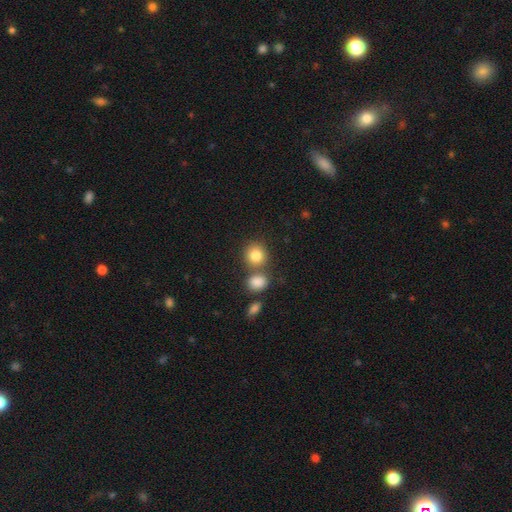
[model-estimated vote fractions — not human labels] Smooth or featured?
  - smooth: 83% *
  - star or artifact: 10%
  - featured or disk: 7%
How rounded?
  - round: 83% *
  - in between: 16%
  - cigar-shaped: 1%
Merging?
  - none: 63% *
  - merger: 25%
  - minor disturbance: 9%
  - major disturbance: 4%